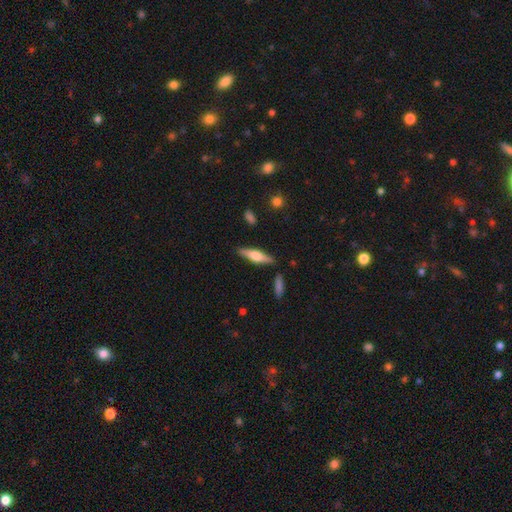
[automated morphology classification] featured or disk 54%, smooth 40%, star or artifact 6%. Down the decision tree: edge-on disk — yes (95%); edge-on bulge — rounded (86%); merging — none (86%).